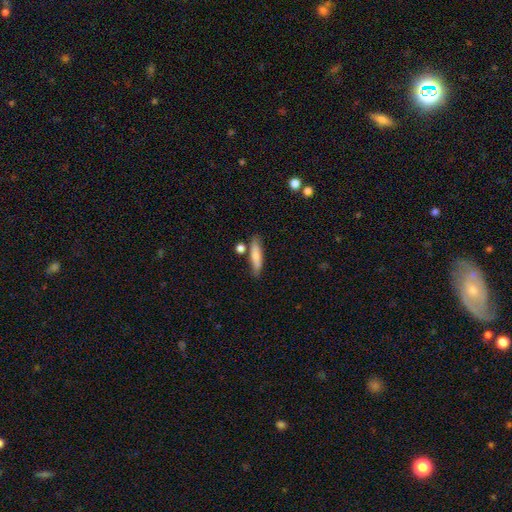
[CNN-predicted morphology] The model was most divided on "how rounded": cigar-shaped: 74%, in between: 23%, round: 2%. More confident: smooth or featured — smooth (78%); merging — none (75%).